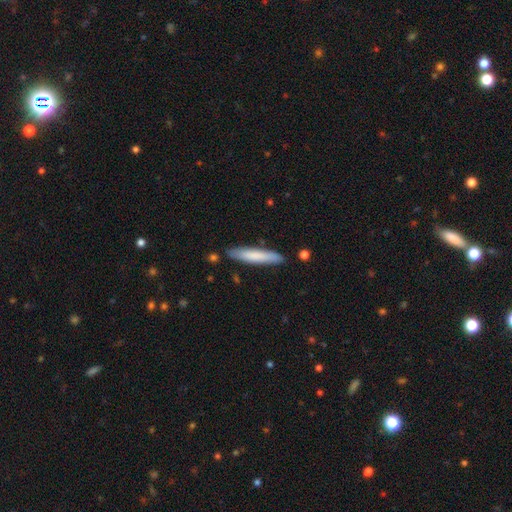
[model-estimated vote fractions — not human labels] Overall: smooth (76%). How rounded: cigar-shaped (90%). Merging: none (85%).